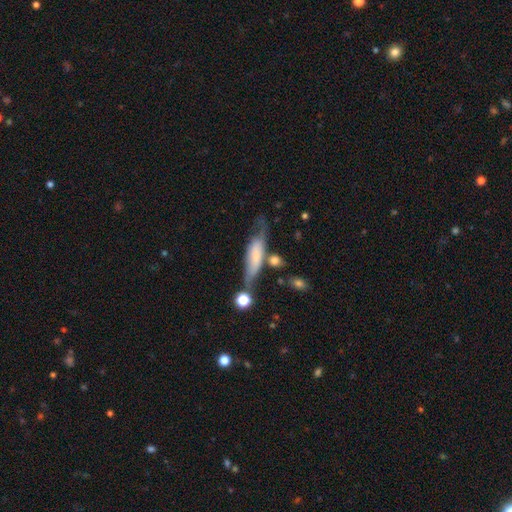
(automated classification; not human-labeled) Smooth or featured? smooth (55%)
How rounded? cigar-shaped (65%)
Merging? none (48%)